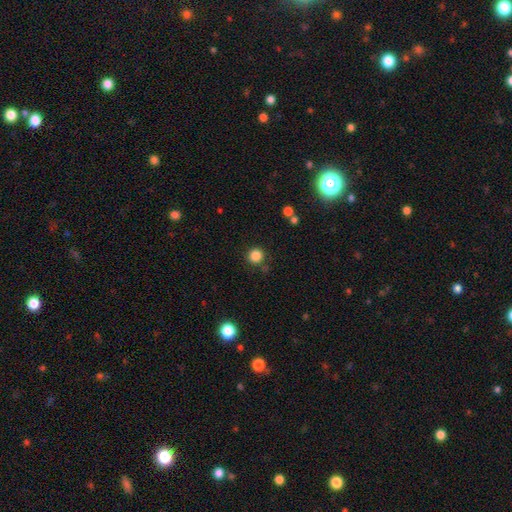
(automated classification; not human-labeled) A smooth galaxy with no disk features (85%) that is round (94%). Merging: none (84%).